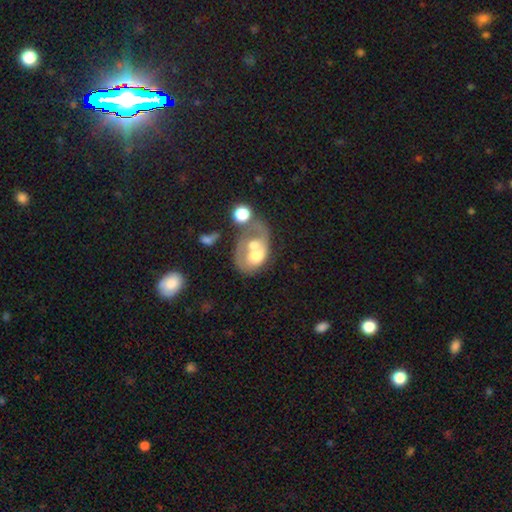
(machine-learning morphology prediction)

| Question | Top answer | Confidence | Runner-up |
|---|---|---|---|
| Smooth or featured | featured or disk | 48% | smooth (42%) |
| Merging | merger | 61% | major disturbance (18%) |